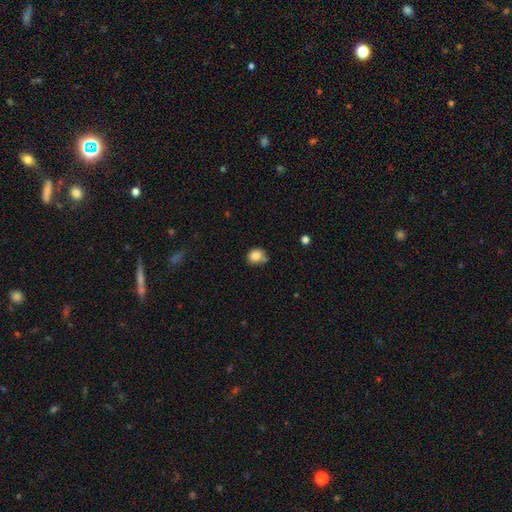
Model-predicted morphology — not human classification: The model was most divided on "merging": none: 63%, minor disturbance: 22%, merger: 11%, major disturbance: 5%. More confident: smooth or featured — smooth (83%); how rounded — round (71%).